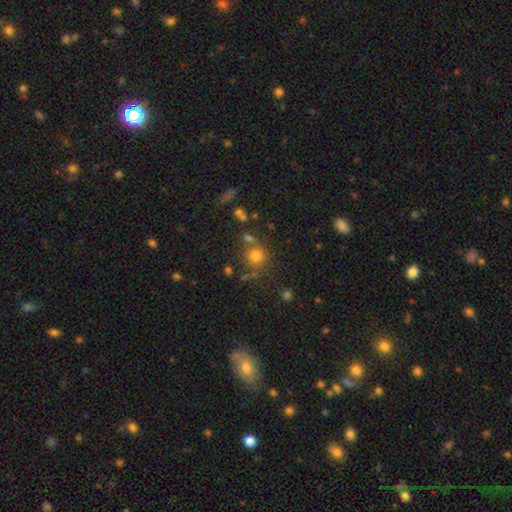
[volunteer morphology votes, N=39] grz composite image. It shows a smooth galaxy with no disk features (69%) that is round (93%). Merging: none (86%).